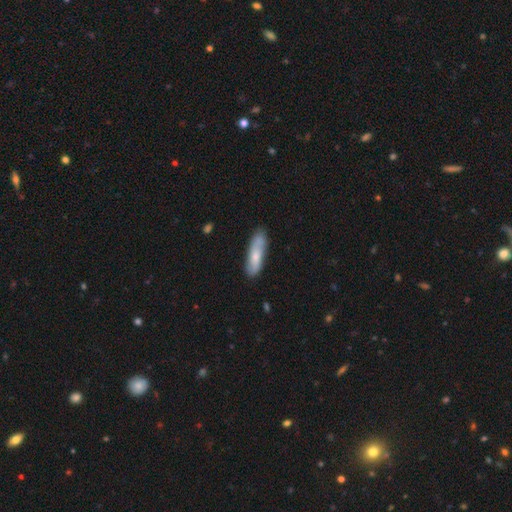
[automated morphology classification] The model was most divided on "how rounded": cigar-shaped: 56%, in between: 42%, round: 2%. More confident: merging — none (77%); smooth or featured — smooth (61%).